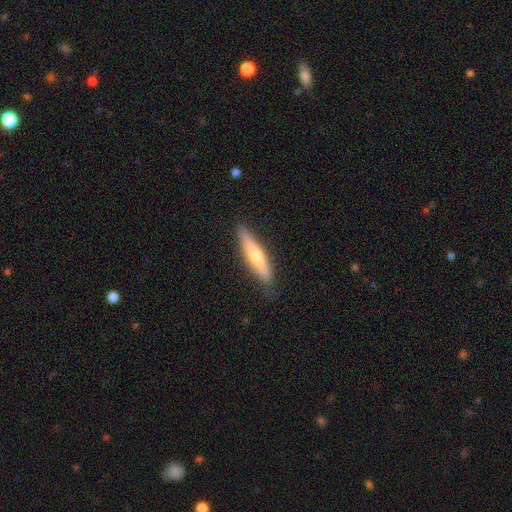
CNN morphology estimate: The model was most divided on "smooth or featured": smooth: 59%, featured or disk: 35%, star or artifact: 6%. More confident: merging — none (86%); how rounded — cigar-shaped (84%).